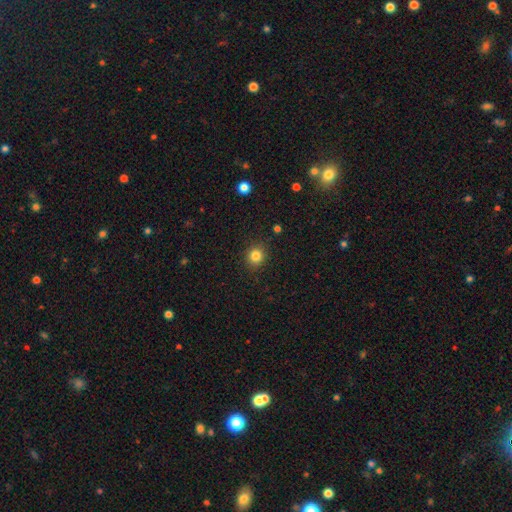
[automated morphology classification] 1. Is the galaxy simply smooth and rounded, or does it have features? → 83% smooth, 12% star or artifact, 5% featured or disk.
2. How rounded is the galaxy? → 87% round, 12% in between, 1% cigar-shaped.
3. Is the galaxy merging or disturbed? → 90% none, 7% minor disturbance, 2% major disturbance, 1% merger.